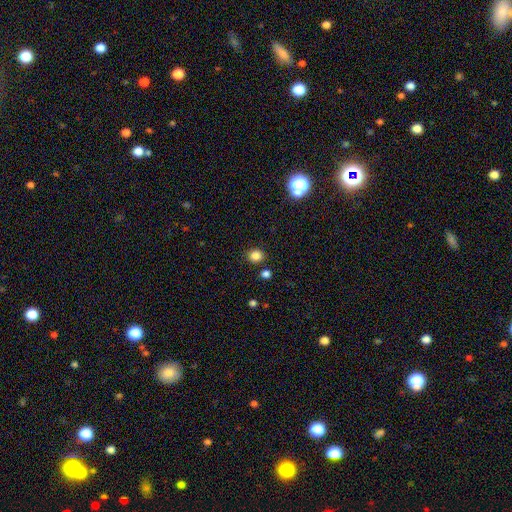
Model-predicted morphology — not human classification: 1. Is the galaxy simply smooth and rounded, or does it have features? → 84% smooth, 12% star or artifact, 4% featured or disk.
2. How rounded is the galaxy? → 77% round, 22% in between, 1% cigar-shaped.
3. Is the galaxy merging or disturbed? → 85% none, 8% minor disturbance, 5% merger, 3% major disturbance.